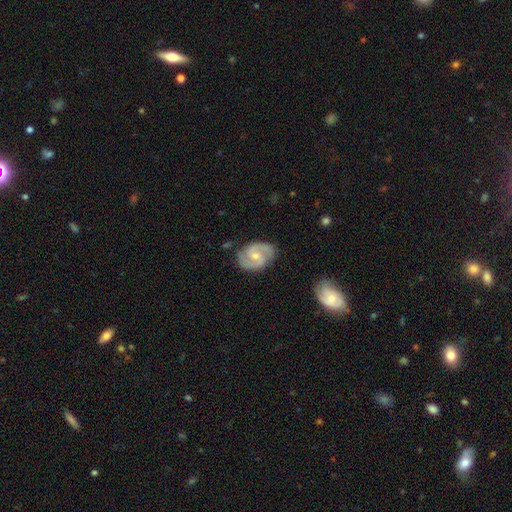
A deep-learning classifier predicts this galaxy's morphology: Smooth or featured?
  - featured or disk: 86% *
  - smooth: 9%
  - star or artifact: 4%
Edge-on disk?
  - no: 98% *
  - yes: 2%
Bar?
  - weak: 51% *
  - no: 37%
  - strong: 12%
Spiral arms?
  - yes: 97% *
  - no: 3%
Spiral winding?
  - medium: 58% *
  - tight: 27%
  - loose: 15%
Spiral arm count?
  - 2: 91% *
  - can't tell: 3%
  - 3: 2%
  - 1: 1%
  - 4: 1%
  - more than 4: 1%
Bulge size?
  - small: 49% *
  - moderate: 46%
  - none: 3%
  - large: 1%
  - dominant: 1%
Merging?
  - none: 80% *
  - minor disturbance: 14%
  - major disturbance: 3%
  - merger: 2%